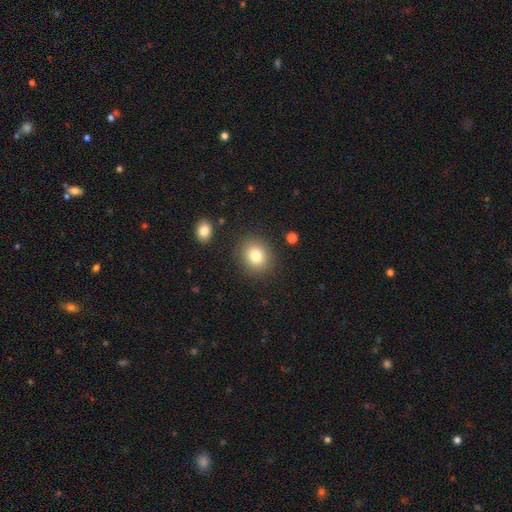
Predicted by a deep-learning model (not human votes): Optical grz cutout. It shows a smooth galaxy with no disk features (81%) that is round (69%). Merging: none (86%).